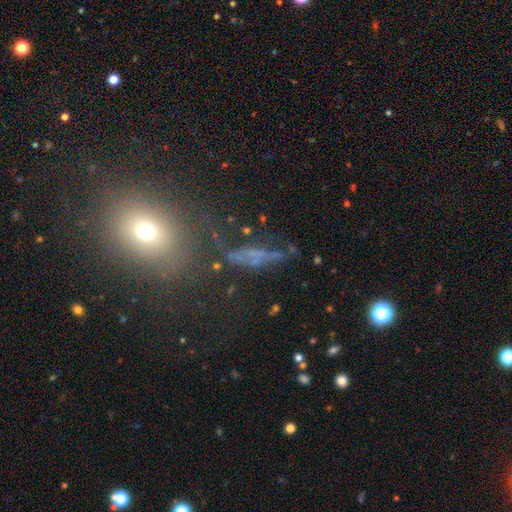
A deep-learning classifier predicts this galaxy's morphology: Smooth or featured? Predicted: smooth (p=0.35). Merging? Predicted: none (p=0.53).